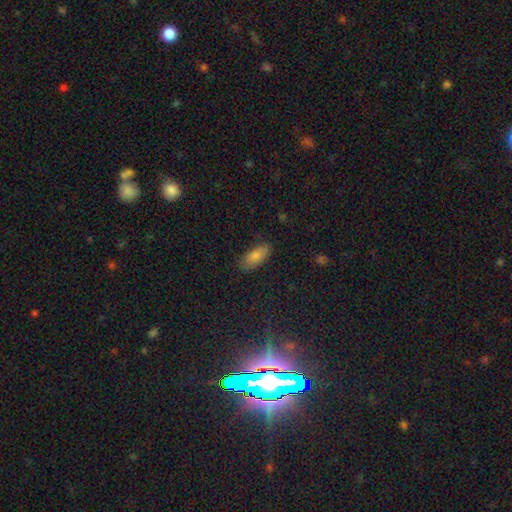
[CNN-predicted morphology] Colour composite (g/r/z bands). It shows a smooth galaxy with no disk features (83%) that is in between round and cigar-shaped (84%). Merging: none (80%).